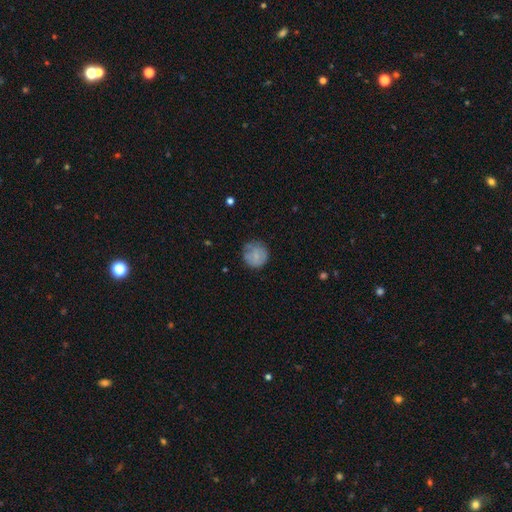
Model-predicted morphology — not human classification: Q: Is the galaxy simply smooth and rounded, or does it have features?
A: smooth — 73%.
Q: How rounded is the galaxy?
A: round — 89%.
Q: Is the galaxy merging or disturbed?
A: none — 67%.